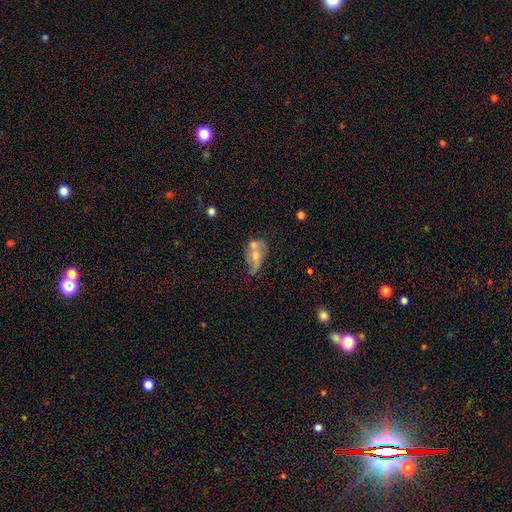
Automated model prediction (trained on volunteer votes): A featured or disk galaxy (48%).

Vote fractions:
- Smooth or featured? featured or disk: 48% / smooth: 40% / star or artifact: 13%
- Merging? merger: 41% / none: 27% / minor disturbance: 17% / major disturbance: 15%